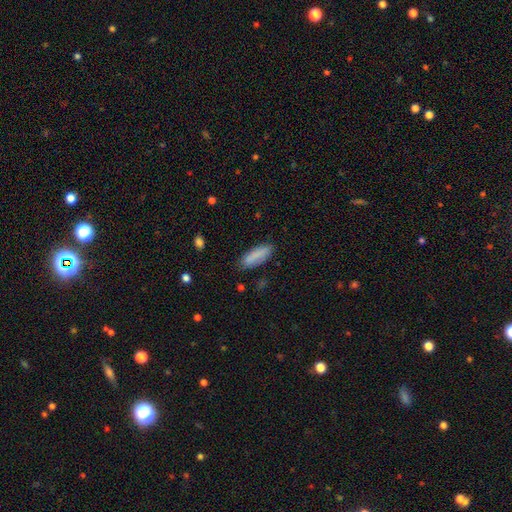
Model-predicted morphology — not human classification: A smooth galaxy with no disk features (85%) that is in between round and cigar-shaped (56%).

Vote fractions:
- Smooth or featured? smooth: 85% / featured or disk: 9% / star or artifact: 7%
- How rounded? in between: 56% / cigar-shaped: 42% / round: 2%
- Merging? none: 81% / minor disturbance: 14% / major disturbance: 3% / merger: 2%